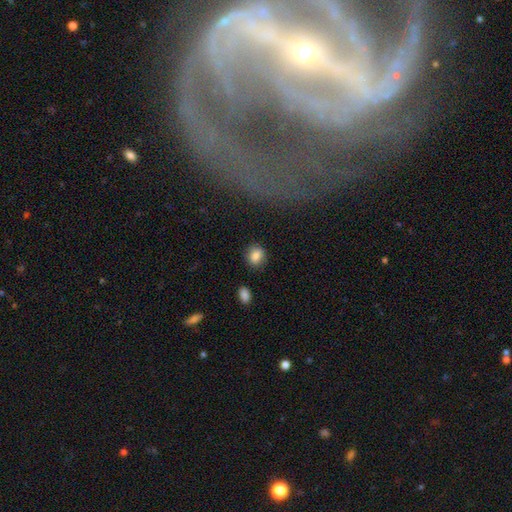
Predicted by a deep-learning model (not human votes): Q: Smooth or featured?
A: smooth (85%); runner-up: star or artifact (9%)
Q: How rounded?
A: round (62%); runner-up: in between (37%)
Q: Merging?
A: none (85%); runner-up: minor disturbance (10%)